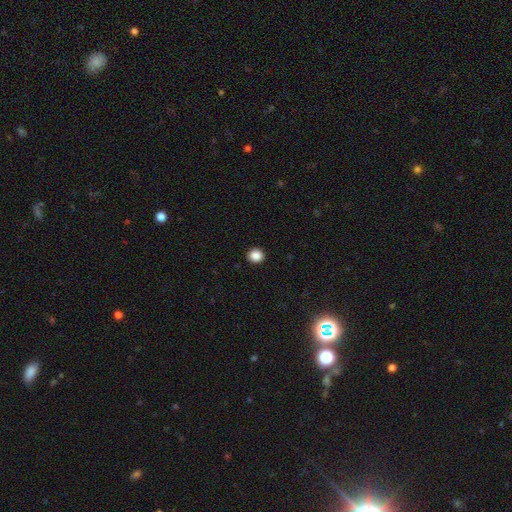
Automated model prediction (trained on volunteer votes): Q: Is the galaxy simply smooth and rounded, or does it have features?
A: smooth — 88%.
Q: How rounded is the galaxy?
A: round — 88%.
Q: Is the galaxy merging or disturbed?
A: none — 93%.